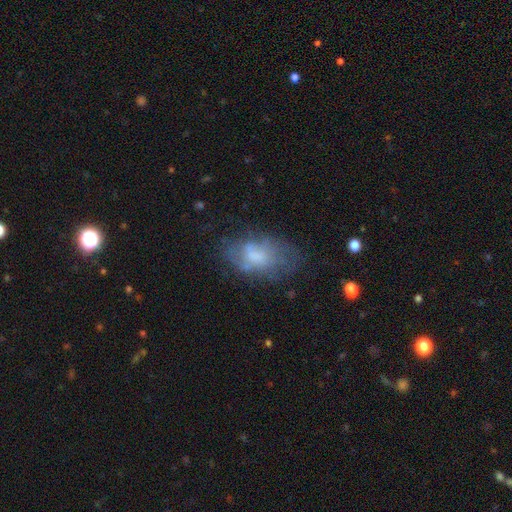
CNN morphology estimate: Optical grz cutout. It shows a smooth galaxy with no disk features (50%) that is in between round and cigar-shaped (89%). Merging: none (48%).